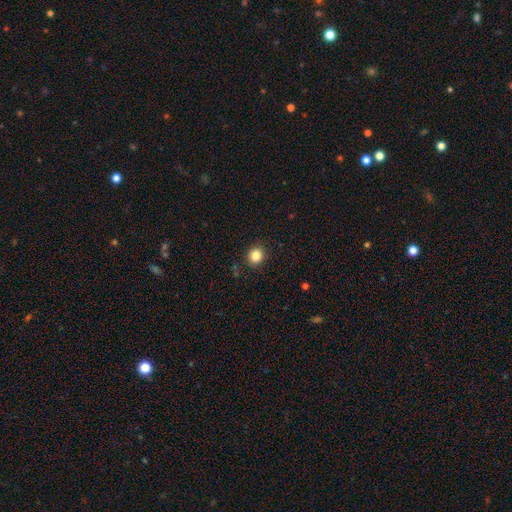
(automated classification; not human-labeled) Q: Smooth or featured?
A: smooth (85%); runner-up: star or artifact (11%)
Q: How rounded?
A: round (81%); runner-up: in between (18%)
Q: Merging?
A: none (90%); runner-up: minor disturbance (7%)